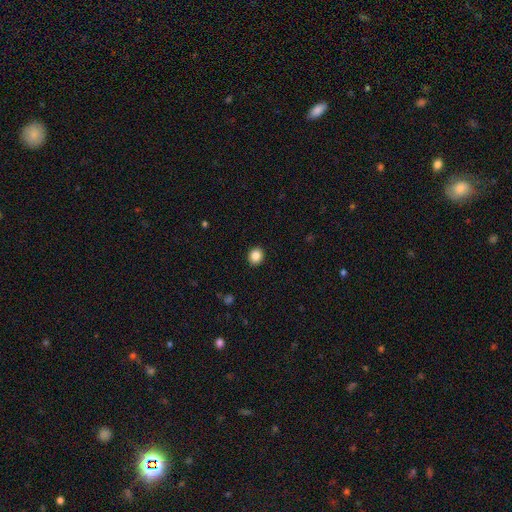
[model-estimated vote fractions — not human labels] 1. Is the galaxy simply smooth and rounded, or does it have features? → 86% smooth, 10% star or artifact, 4% featured or disk.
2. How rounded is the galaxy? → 71% round, 28% in between, 1% cigar-shaped.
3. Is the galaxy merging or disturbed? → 92% none, 6% minor disturbance, 2% major disturbance, 1% merger.